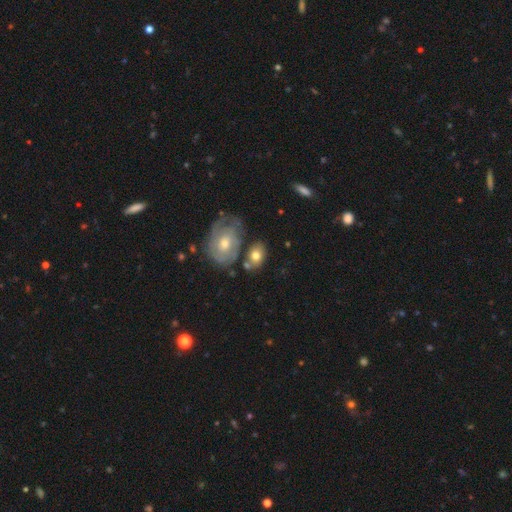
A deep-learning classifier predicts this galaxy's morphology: This appears to be a smooth galaxy with no disk features (68%) that is in between round and cigar-shaped (76%). Merging: none (57%).